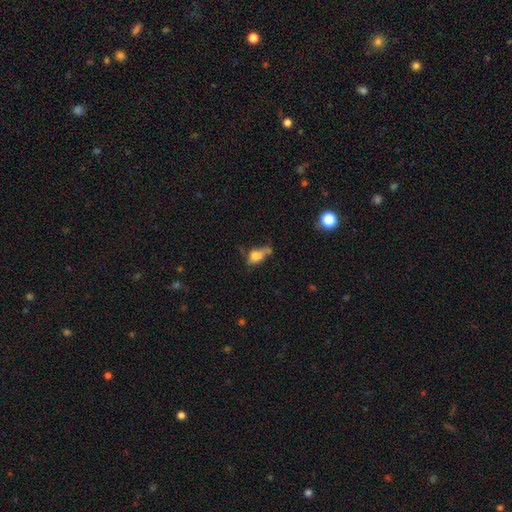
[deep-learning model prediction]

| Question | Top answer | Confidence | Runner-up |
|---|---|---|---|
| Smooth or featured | smooth | 63% | featured or disk (24%) |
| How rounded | in between | 77% | round (13%) |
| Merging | none | 28% | major disturbance (26%) |